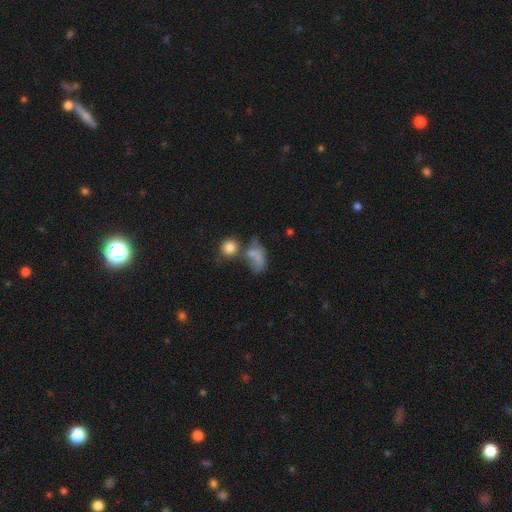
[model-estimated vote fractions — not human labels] Q: Smooth or featured?
A: smooth (65%); runner-up: featured or disk (22%)
Q: How rounded?
A: in between (76%); runner-up: round (21%)
Q: Merging?
A: merger (35%); runner-up: none (27%)